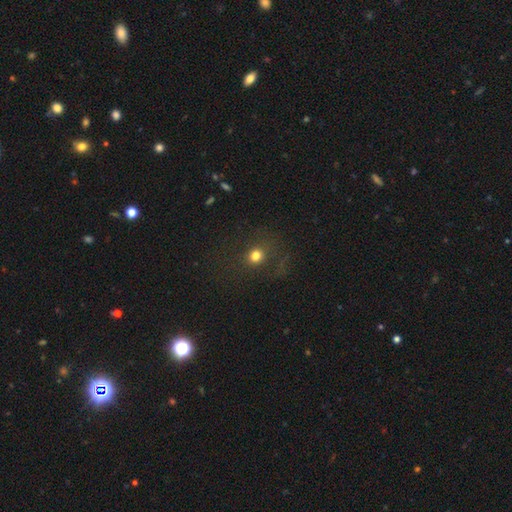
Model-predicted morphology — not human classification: A smooth galaxy with no disk features (73%) that is round (73%). Merging: none (73%).